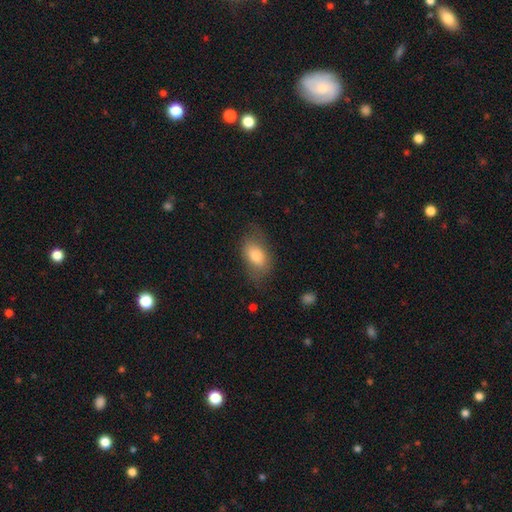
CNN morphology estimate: Smooth or featured? Predicted: smooth (p=0.77). How rounded? Predicted: in between (p=0.89). Merging? Predicted: none (p=0.67).